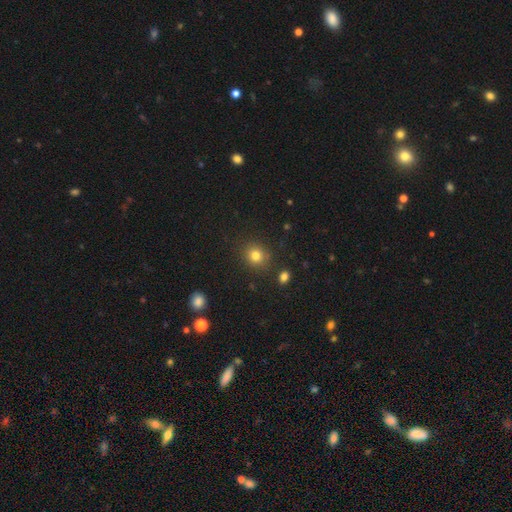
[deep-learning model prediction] Smooth or featured?
  - smooth: 80% *
  - star or artifact: 13%
  - featured or disk: 7%
How rounded?
  - round: 83% *
  - in between: 16%
  - cigar-shaped: 1%
Merging?
  - none: 86% *
  - minor disturbance: 8%
  - major disturbance: 3%
  - merger: 3%